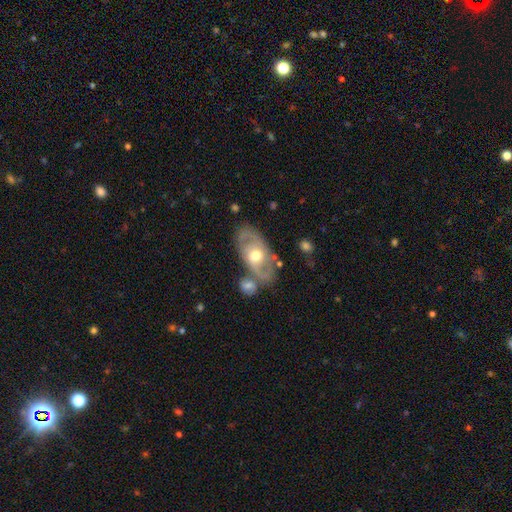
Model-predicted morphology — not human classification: This is likely a featured or disk galaxy (70%). It is clearly not viewed edge-on (91%). Bar: likely no (74%). Spiral arm pattern: likely yes (62%). Central bulge: likely moderate (76%). Merging: likely none (65%).